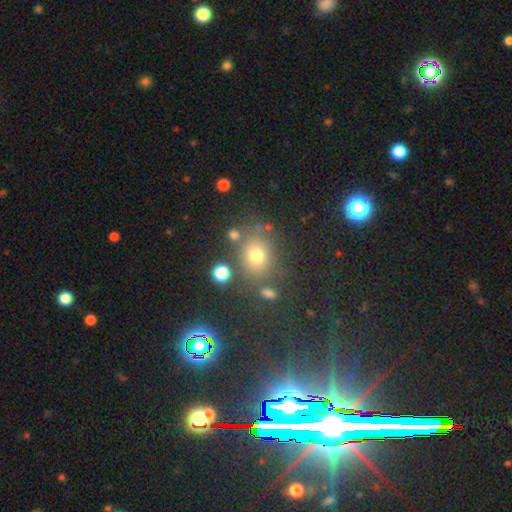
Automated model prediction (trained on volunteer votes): Overall: smooth (70%). How rounded: round (65%; in between 34%). Merging: none (73%).